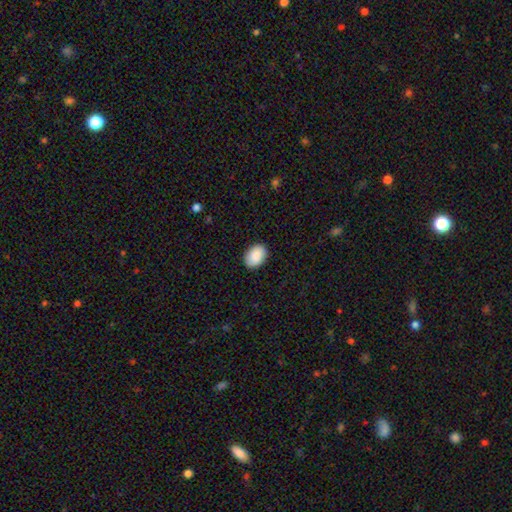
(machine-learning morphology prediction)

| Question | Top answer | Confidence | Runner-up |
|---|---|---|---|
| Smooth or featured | smooth | 90% | star or artifact (6%) |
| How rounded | in between | 83% | round (15%) |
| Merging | none | 89% | minor disturbance (8%) |